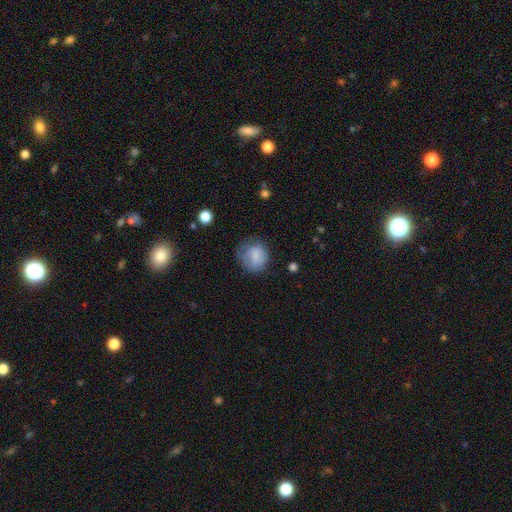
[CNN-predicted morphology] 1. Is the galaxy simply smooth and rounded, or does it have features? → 80% smooth, 12% featured or disk, 8% star or artifact.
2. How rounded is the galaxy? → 78% round, 21% in between, 1% cigar-shaped.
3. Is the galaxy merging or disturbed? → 58% none, 27% minor disturbance, 14% major disturbance, 2% merger.